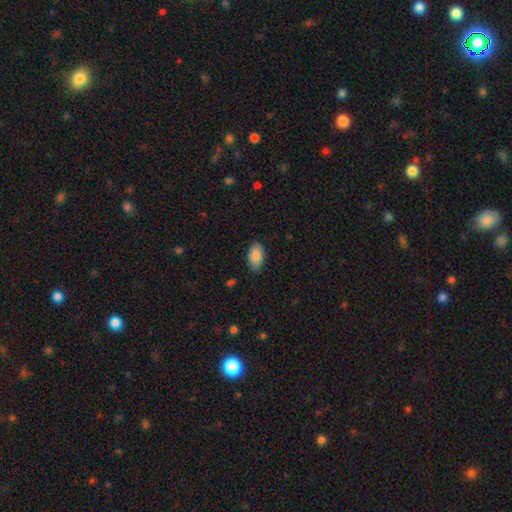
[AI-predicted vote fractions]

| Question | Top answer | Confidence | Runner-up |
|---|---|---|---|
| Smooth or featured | smooth | 87% | featured or disk (7%) |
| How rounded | in between | 94% | round (5%) |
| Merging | none | 83% | minor disturbance (13%) |